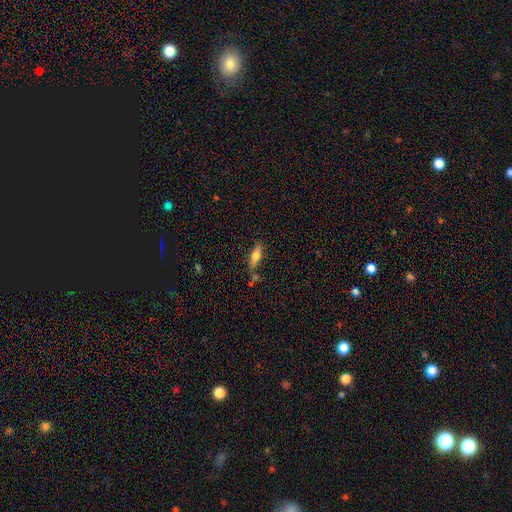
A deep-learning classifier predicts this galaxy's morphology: Smooth or featured: smooth — 60% (featured or disk — 33%)
How rounded: in between — 49% (cigar-shaped — 48%)
Merging: none — 70% (minor disturbance — 17%)